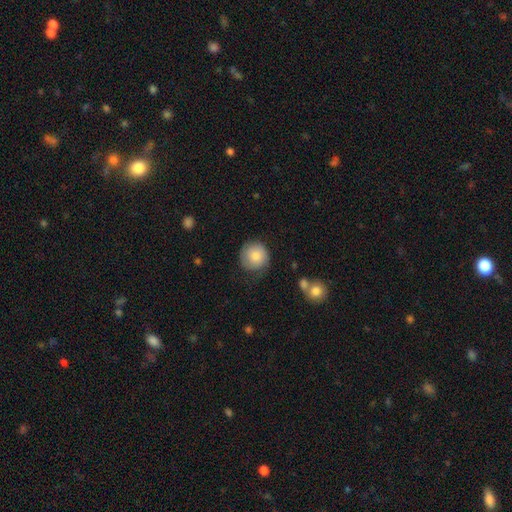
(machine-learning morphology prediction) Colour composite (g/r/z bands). It shows a smooth galaxy with no disk features (79%) that is round (93%). Merging: none (73%).